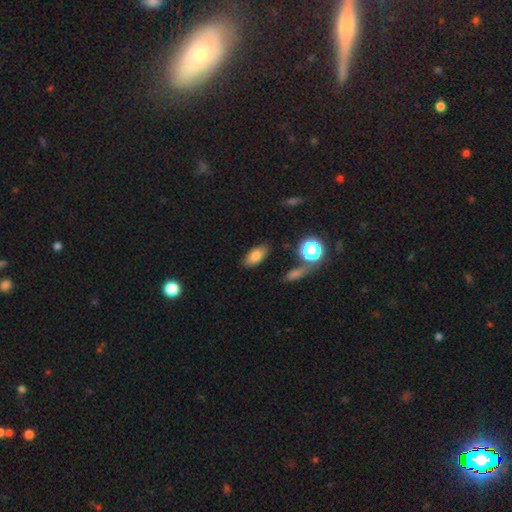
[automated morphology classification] The model was most divided on "smooth or featured": smooth: 79%, star or artifact: 11%, featured or disk: 10%. More confident: how rounded — in between (88%); merging — none (83%).